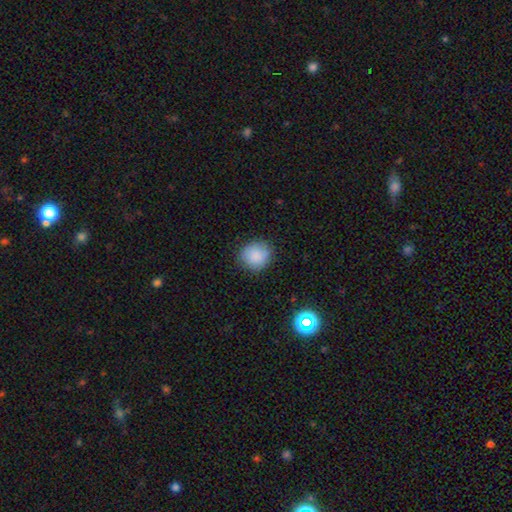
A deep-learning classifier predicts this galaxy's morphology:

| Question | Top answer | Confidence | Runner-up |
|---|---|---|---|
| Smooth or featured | smooth | 87% | star or artifact (9%) |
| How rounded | round | 84% | in between (15%) |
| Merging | none | 85% | minor disturbance (11%) |